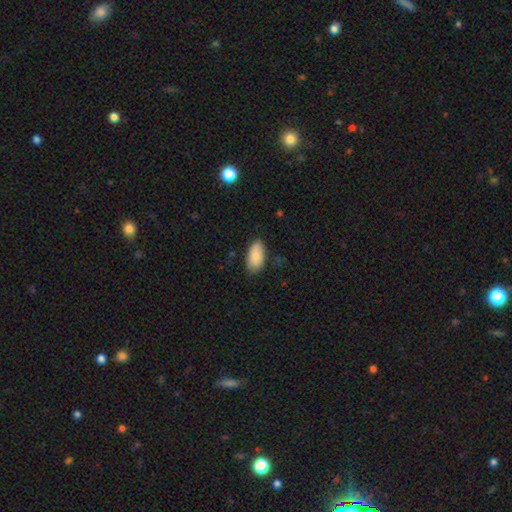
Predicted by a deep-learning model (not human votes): A smooth galaxy with no disk features (85%) that is in between round and cigar-shaped (94%). Merging: none (80%).